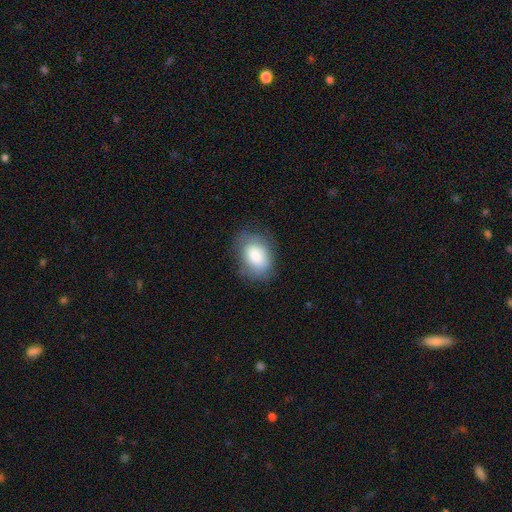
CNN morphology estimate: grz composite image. It shows a smooth galaxy with no disk features (81%) that is in between round and cigar-shaped (80%). Merging: none (72%).